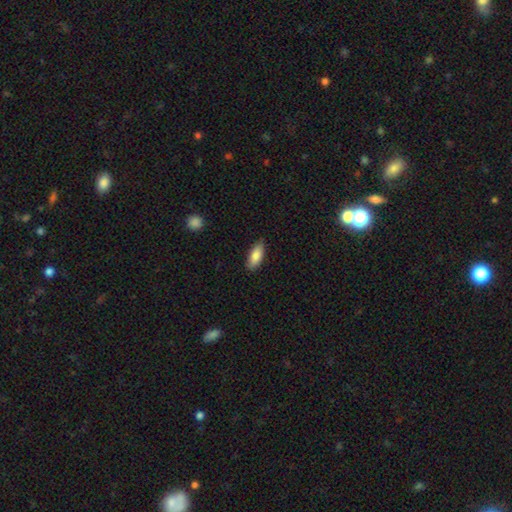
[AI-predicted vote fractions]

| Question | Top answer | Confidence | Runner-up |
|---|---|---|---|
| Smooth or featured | smooth | 84% | featured or disk (10%) |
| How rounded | in between | 80% | cigar-shaped (18%) |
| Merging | none | 83% | minor disturbance (14%) |